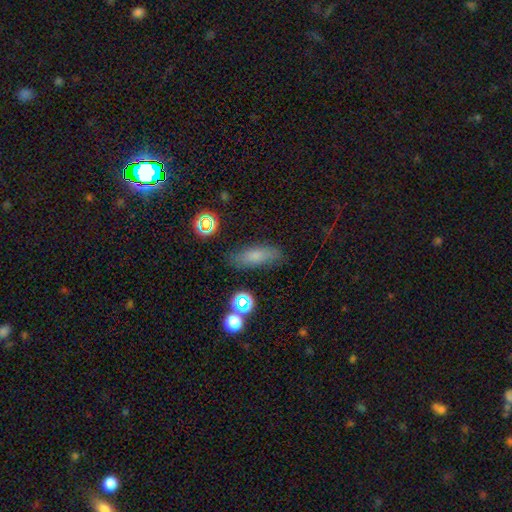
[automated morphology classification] Q: Smooth or featured?
A: smooth (74%); runner-up: featured or disk (15%)
Q: How rounded?
A: in between (54%); runner-up: cigar-shaped (41%)
Q: Merging?
A: none (79%); runner-up: minor disturbance (14%)